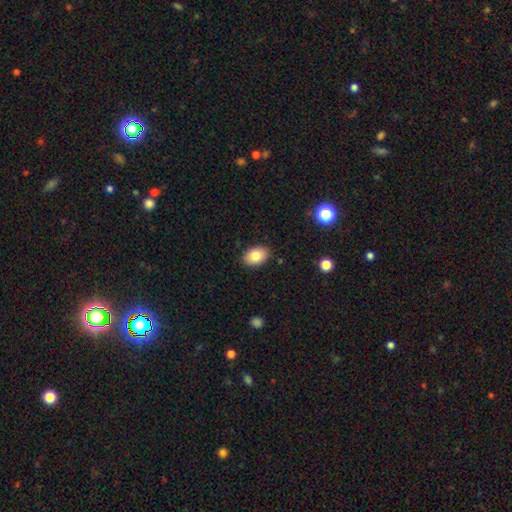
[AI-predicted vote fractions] smooth 82%, featured or disk 10%, star or artifact 8%. Down the decision tree: how rounded — in between (85%); merging — none (88%).